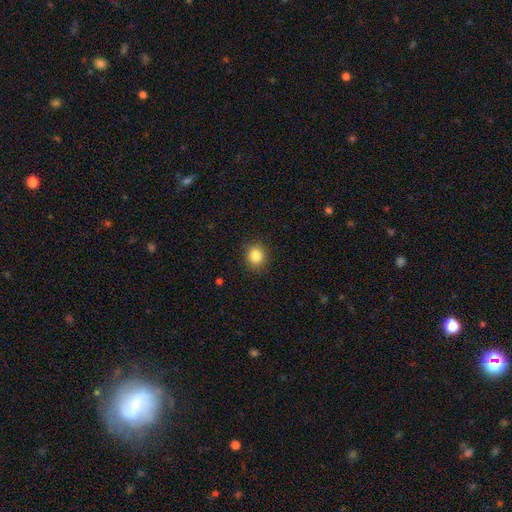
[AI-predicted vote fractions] Q: Smooth or featured?
A: smooth (84%); runner-up: star or artifact (11%)
Q: How rounded?
A: round (80%); runner-up: in between (19%)
Q: Merging?
A: none (88%); runner-up: minor disturbance (8%)